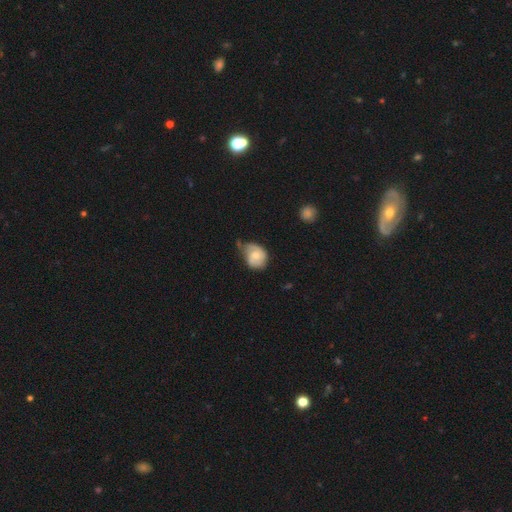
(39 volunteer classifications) featured or disk 62%, smooth 28%, star or artifact 10%. Down the decision tree: edge-on disk — no (100%); bar — no (71%); spiral arms — yes (92%); spiral arm count — 2 (100%); spiral winding — medium (50%); bulge size — moderate (46%); merging — minor disturbance (43%).